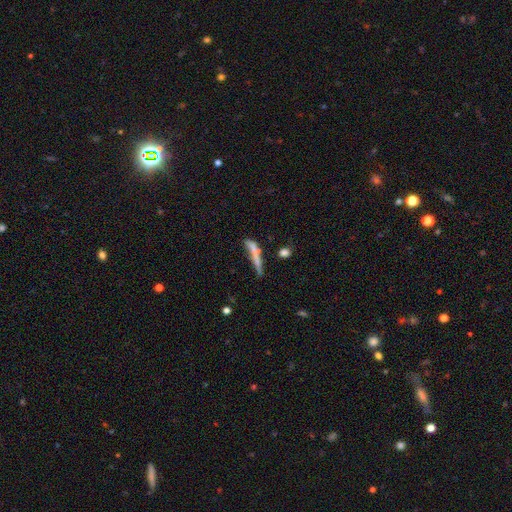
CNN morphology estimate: Q: Smooth or featured?
A: smooth (56%); runner-up: featured or disk (33%)
Q: How rounded?
A: cigar-shaped (86%); runner-up: in between (11%)
Q: Merging?
A: none (42%); runner-up: merger (23%)